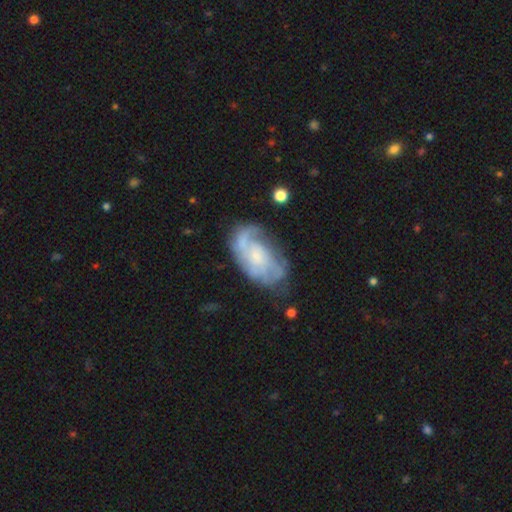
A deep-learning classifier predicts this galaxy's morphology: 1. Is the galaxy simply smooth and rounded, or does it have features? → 74% featured or disk, 20% smooth, 7% star or artifact.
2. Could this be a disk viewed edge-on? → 96% no, 4% yes.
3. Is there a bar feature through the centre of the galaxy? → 71% no, 25% weak, 4% strong.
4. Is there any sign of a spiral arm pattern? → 85% yes, 15% no.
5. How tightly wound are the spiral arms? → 44% tight, 38% medium, 18% loose.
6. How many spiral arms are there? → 35% can't tell, 34% 2, 13% 1, 11% 3, 4% 4, 3% more than 4.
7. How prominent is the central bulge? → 58% small, 26% moderate, 11% none, 4% large, 1% dominant.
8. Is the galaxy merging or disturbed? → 54% none, 25% minor disturbance, 17% major disturbance, 4% merger.